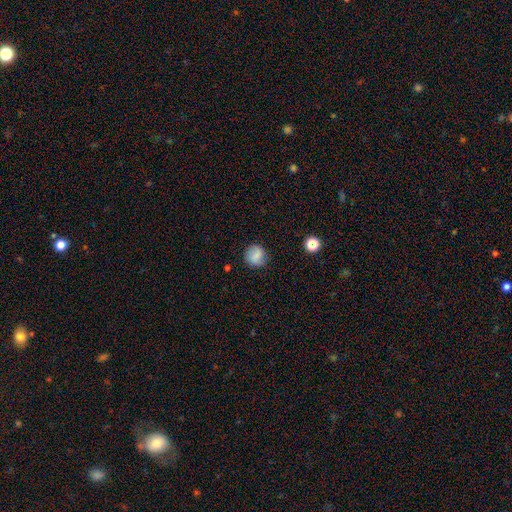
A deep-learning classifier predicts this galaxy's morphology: Smooth or featured? smooth (80%)
How rounded? round (87%)
Merging? none (81%)